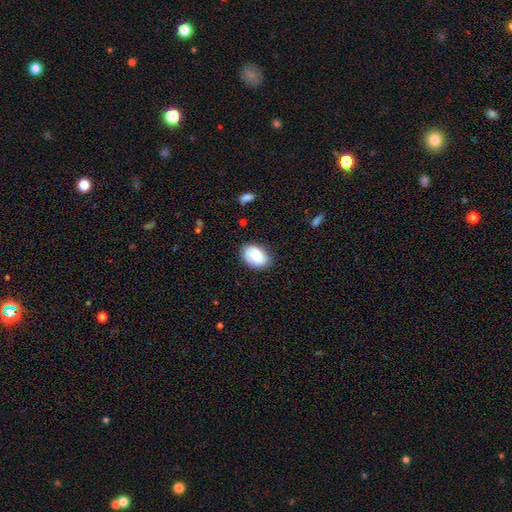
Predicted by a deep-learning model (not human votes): smooth_or_featured: smooth (p=0.75) [alt: featured or disk p=0.17]
how_rounded: in between (p=0.83) [alt: round p=0.16]
merging: none (p=0.76) [alt: minor disturbance p=0.18]